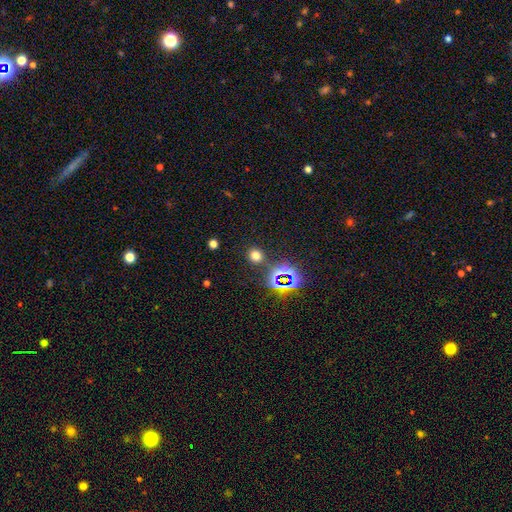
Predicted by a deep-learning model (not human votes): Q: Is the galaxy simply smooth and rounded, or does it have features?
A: smooth — 68%.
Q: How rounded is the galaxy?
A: round — 88%.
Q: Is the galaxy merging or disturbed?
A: none — 85%.